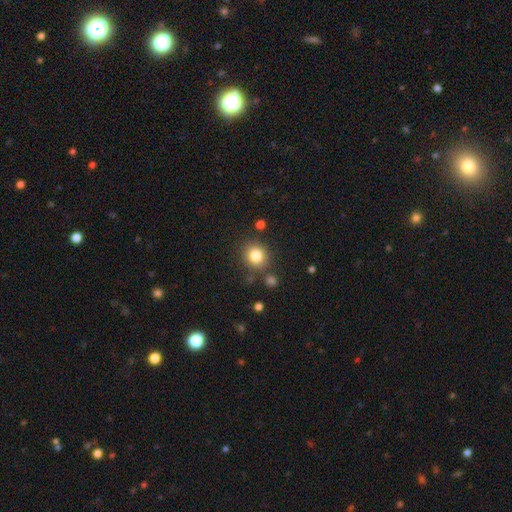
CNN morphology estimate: Smooth or featured?
  - smooth: 82% *
  - star or artifact: 11%
  - featured or disk: 7%
How rounded?
  - round: 85% *
  - in between: 14%
  - cigar-shaped: 1%
Merging?
  - none: 82% *
  - minor disturbance: 10%
  - merger: 5%
  - major disturbance: 3%